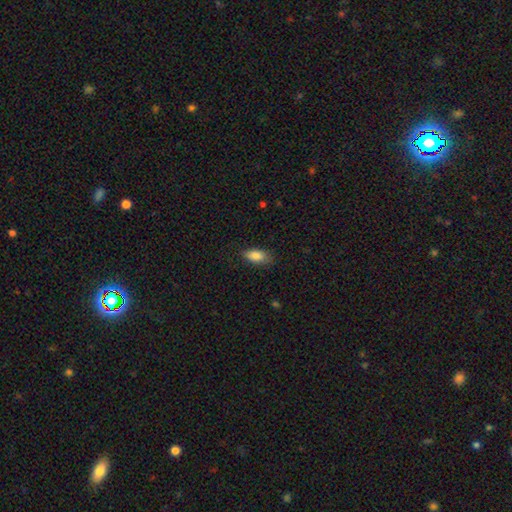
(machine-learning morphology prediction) A smooth galaxy with no disk features (85%) that is in between round and cigar-shaped (88%).

Vote fractions:
- Smooth or featured? smooth: 85% / featured or disk: 8% / star or artifact: 7%
- How rounded? in between: 88% / cigar-shaped: 8% / round: 4%
- Merging? none: 78% / minor disturbance: 17% / major disturbance: 4% / merger: 1%